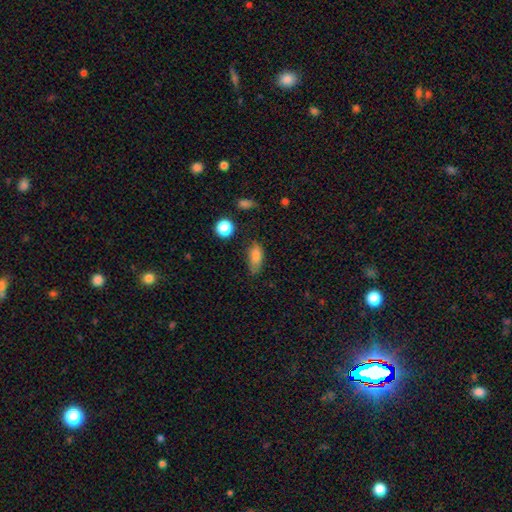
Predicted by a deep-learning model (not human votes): Overall: smooth (81%). How rounded: in between (82%). Merging: none (58%; minor disturbance 30%).